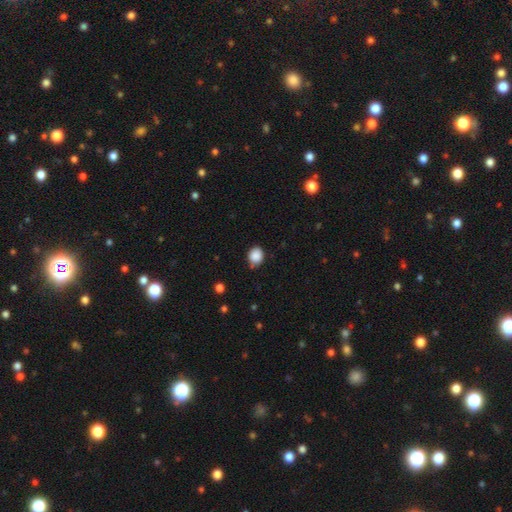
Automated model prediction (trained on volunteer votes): The model was most divided on "how rounded": round: 68%, in between: 31%, cigar-shaped: 1%. More confident: smooth or featured — smooth (87%); merging — none (73%).